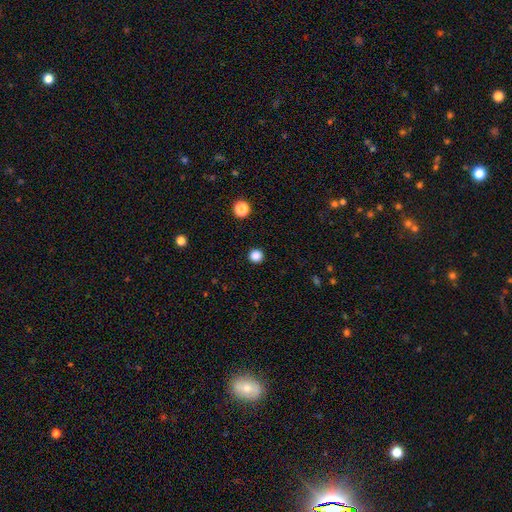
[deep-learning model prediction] This is clearly a smooth galaxy (85%). How rounded: clearly round (96%). Merging: clearly none (93%).